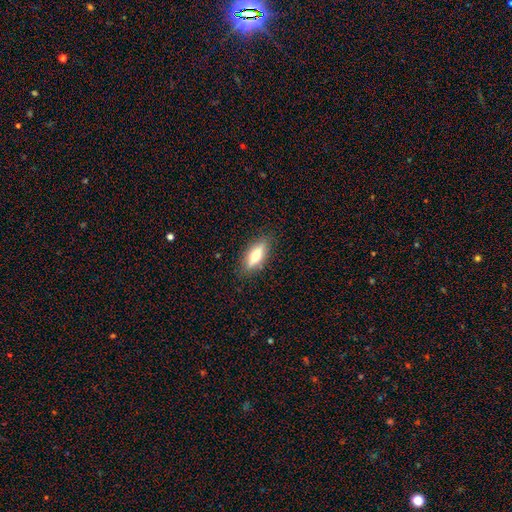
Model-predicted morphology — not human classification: type=smooth (57%); roundness=in between (64%); merging=none (86%).